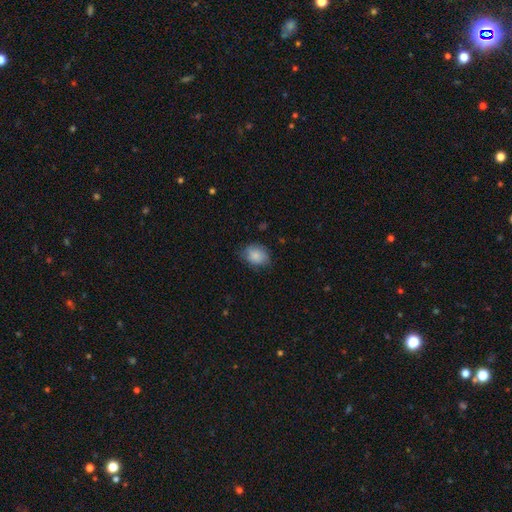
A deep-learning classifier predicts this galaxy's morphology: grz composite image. It shows a smooth galaxy with no disk features (81%) that is in between round and cigar-shaped (58%). Merging: none (65%).